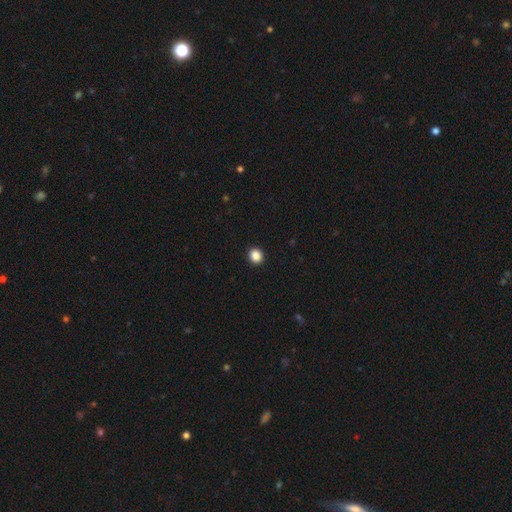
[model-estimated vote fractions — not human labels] This appears to be a smooth galaxy with no disk features (87%) that is round (79%). Merging: none (93%).